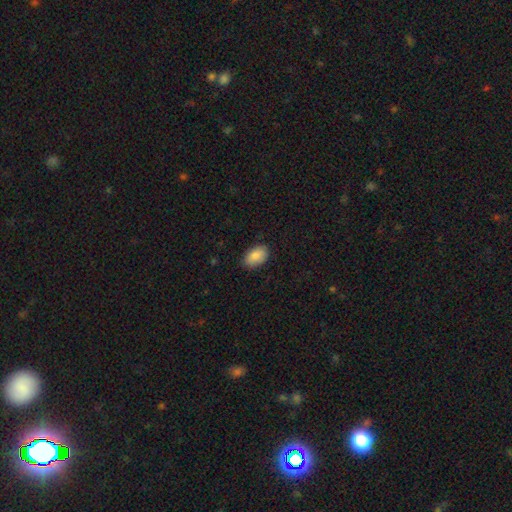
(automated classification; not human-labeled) This appears to be a smooth galaxy with no disk features (87%) that is in between round and cigar-shaped (92%). Merging: none (84%).